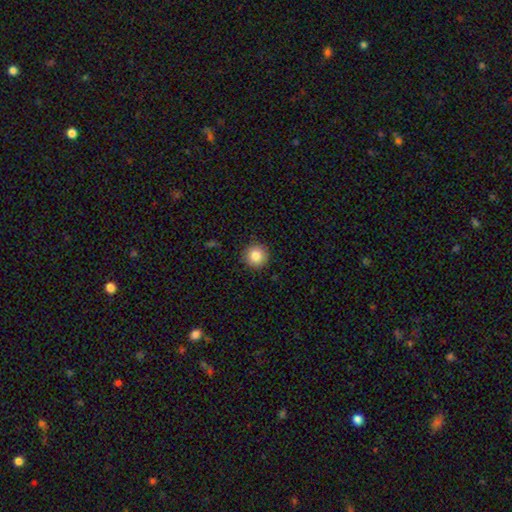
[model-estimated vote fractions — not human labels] A smooth galaxy with no disk features (84%) that is round (95%). Merging: none (92%).